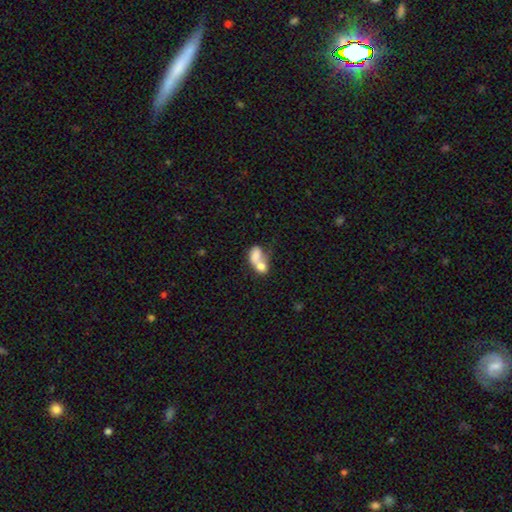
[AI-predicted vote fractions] Smooth or featured? smooth (68%)
How rounded? in between (77%)
Merging? merger (76%)